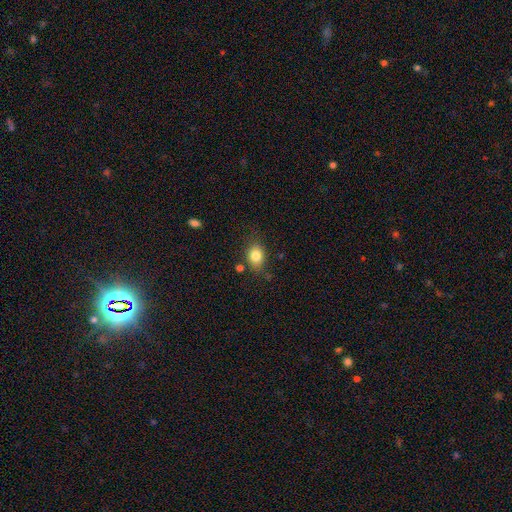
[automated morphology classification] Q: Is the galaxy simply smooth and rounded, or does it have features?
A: smooth — 82%.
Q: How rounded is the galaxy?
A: in between — 60%.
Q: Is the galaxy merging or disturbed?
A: none — 74%.